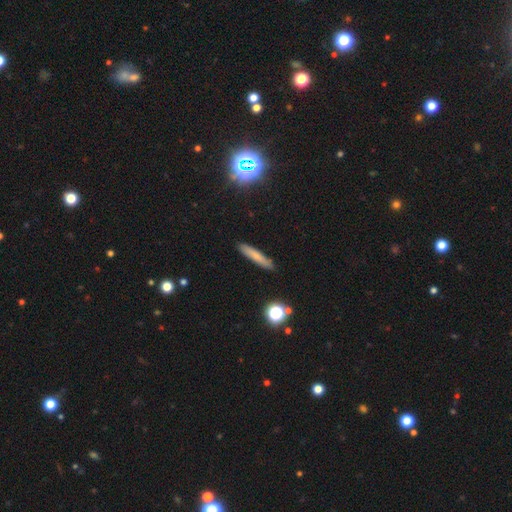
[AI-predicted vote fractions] Smooth or featured? Predicted: smooth (p=0.73). How rounded? Predicted: cigar-shaped (p=0.90). Merging? Predicted: none (p=0.88).